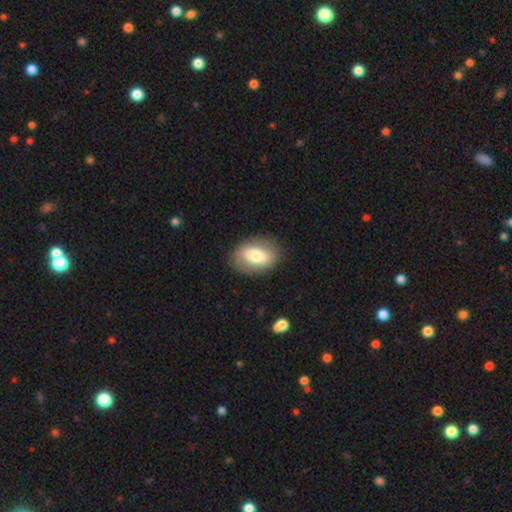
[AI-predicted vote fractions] A smooth galaxy with no disk features (67%) that is in between round and cigar-shaped (83%).

Vote fractions:
- Smooth or featured? smooth: 67% / featured or disk: 26% / star or artifact: 7%
- How rounded? in between: 83% / round: 15% / cigar-shaped: 2%
- Merging? none: 84% / minor disturbance: 11% / major disturbance: 4% / merger: 1%